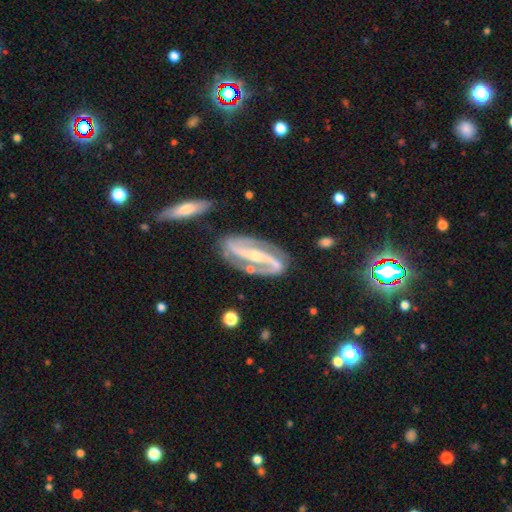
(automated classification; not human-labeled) Q: Smooth or featured?
A: featured or disk (87%); runner-up: star or artifact (7%)
Q: Edge-on disk?
A: no (89%); runner-up: yes (11%)
Q: Bar?
A: strong (67%); runner-up: weak (21%)
Q: Spiral arms?
A: yes (95%); runner-up: no (5%)
Q: Spiral winding?
A: medium (42%); runner-up: loose (35%)
Q: Spiral arm count?
A: 2 (92%); runner-up: can't tell (3%)
Q: Bulge size?
A: small (64%); runner-up: moderate (29%)
Q: Merging?
A: none (76%); runner-up: minor disturbance (14%)